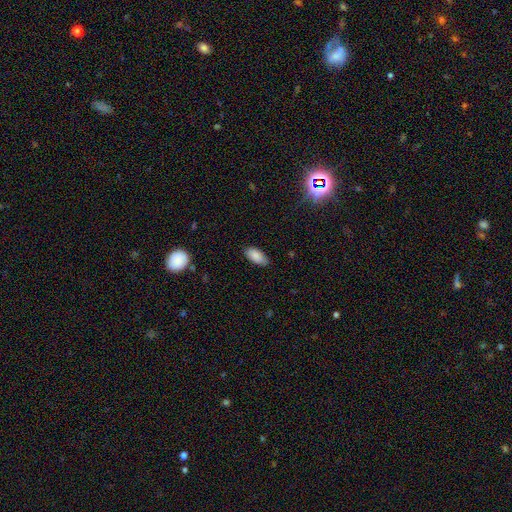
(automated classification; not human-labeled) smooth_or_featured: smooth (p=0.86) [alt: star or artifact p=0.07]
how_rounded: in between (p=0.93) [alt: cigar-shaped p=0.05]
merging: none (p=0.83) [alt: minor disturbance p=0.14]